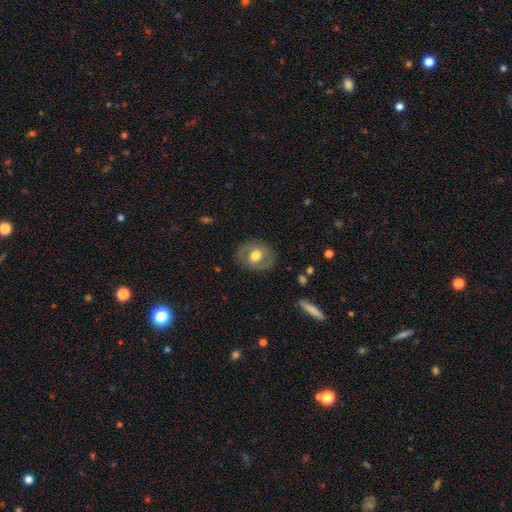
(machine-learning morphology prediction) smooth 55%, featured or disk 38%, star or artifact 7%. Down the decision tree: how rounded — round (53%); merging — none (81%).